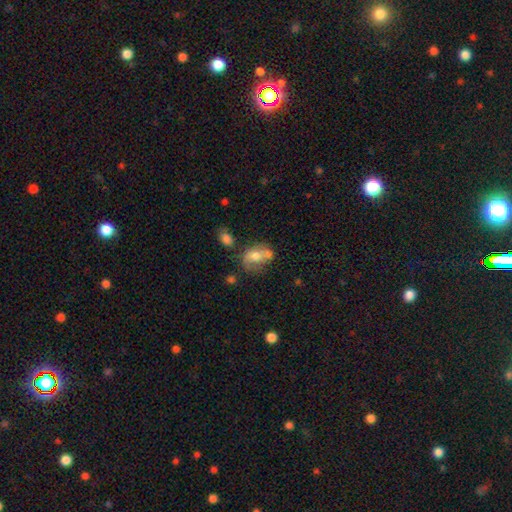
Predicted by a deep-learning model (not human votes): Q: Smooth or featured?
A: smooth (46%); runner-up: featured or disk (44%)
Q: Merging?
A: none (44%); runner-up: minor disturbance (23%)